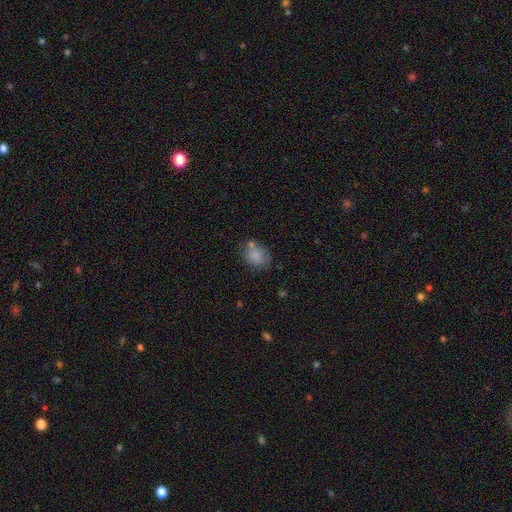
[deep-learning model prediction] Smooth or featured?
  - smooth: 82% *
  - star or artifact: 9%
  - featured or disk: 9%
How rounded?
  - in between: 55% *
  - round: 44%
  - cigar-shaped: 1%
Merging?
  - none: 61% *
  - minor disturbance: 20%
  - merger: 13%
  - major disturbance: 6%